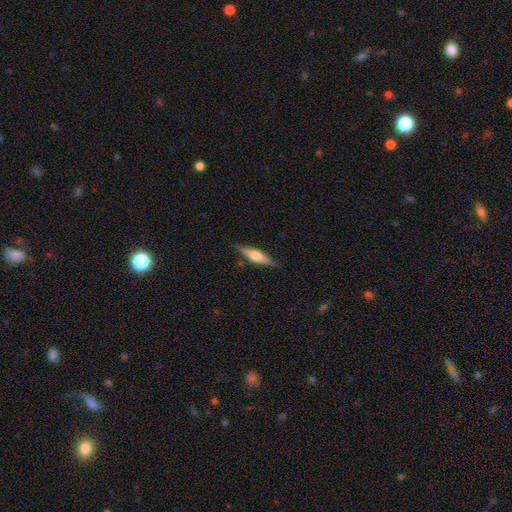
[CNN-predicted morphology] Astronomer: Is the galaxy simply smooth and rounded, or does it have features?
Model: featured or disk — 63%.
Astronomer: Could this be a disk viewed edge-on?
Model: yes — 97%.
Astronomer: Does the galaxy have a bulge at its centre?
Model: rounded — 88%.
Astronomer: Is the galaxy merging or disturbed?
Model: none — 87%.